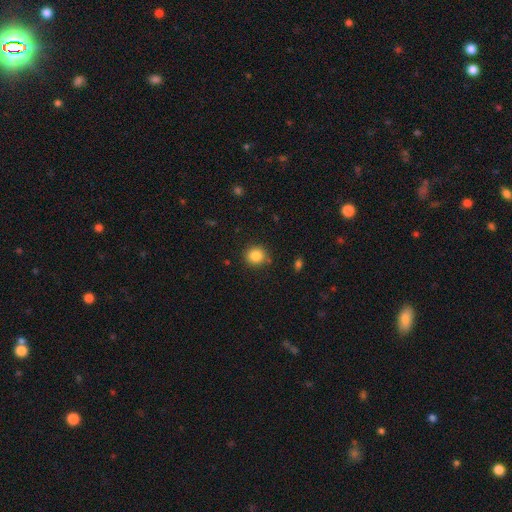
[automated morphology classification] smooth 85%, star or artifact 10%, featured or disk 5%. Down the decision tree: how rounded — round (88%); merging — none (87%).